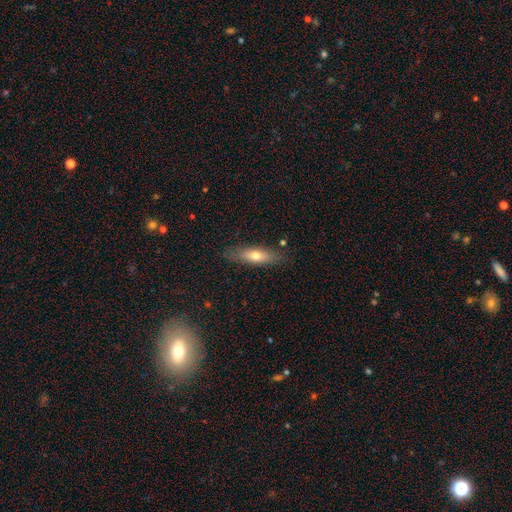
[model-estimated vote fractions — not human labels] smooth 64%, featured or disk 30%, star or artifact 7%. Down the decision tree: how rounded — cigar-shaped (54%); merging — none (82%).